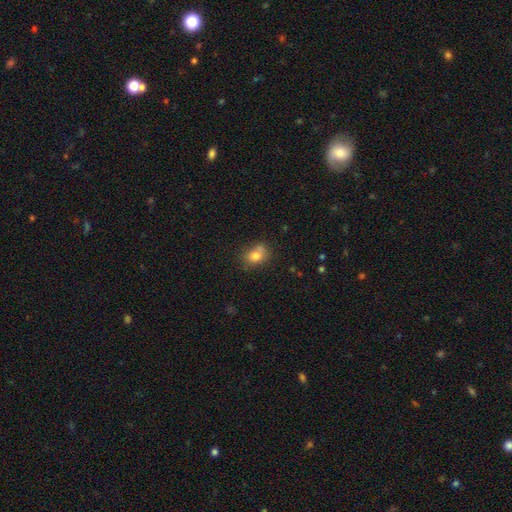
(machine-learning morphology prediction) type=smooth (78%); roundness=in between (54%); merging=none (56%).